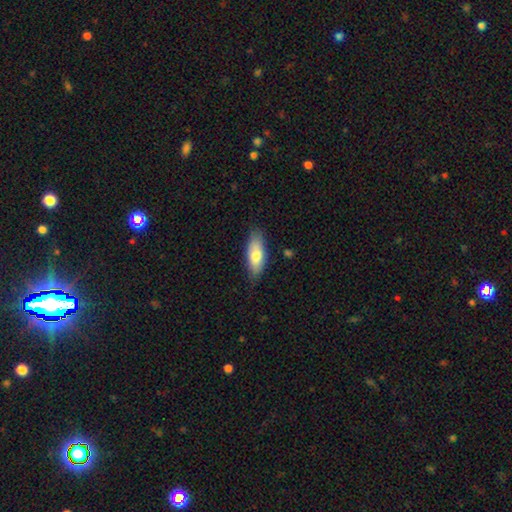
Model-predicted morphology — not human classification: Smooth or featured? smooth (77%)
How rounded? in between (73%)
Merging? none (79%)